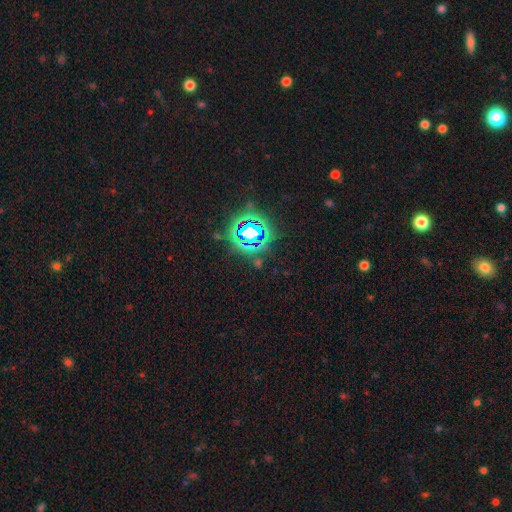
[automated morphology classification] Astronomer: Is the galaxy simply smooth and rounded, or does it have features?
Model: star or artifact — 84%.